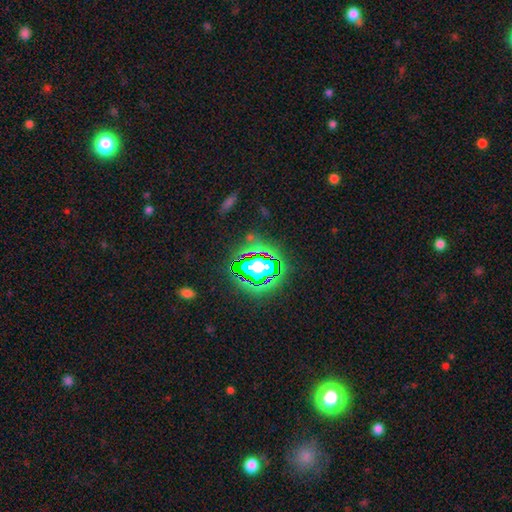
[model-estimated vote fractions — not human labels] Overall: star or artifact (79%).